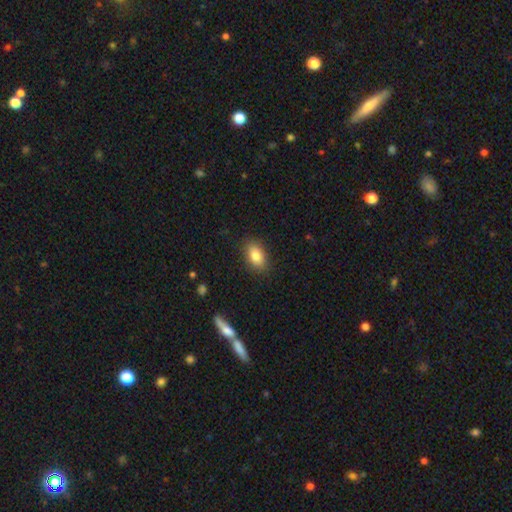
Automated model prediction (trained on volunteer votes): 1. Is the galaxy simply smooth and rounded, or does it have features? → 81% smooth, 10% featured or disk, 8% star or artifact.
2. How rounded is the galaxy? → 88% in between, 10% round, 2% cigar-shaped.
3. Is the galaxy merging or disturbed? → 87% none, 10% minor disturbance, 2% major disturbance, 1% merger.